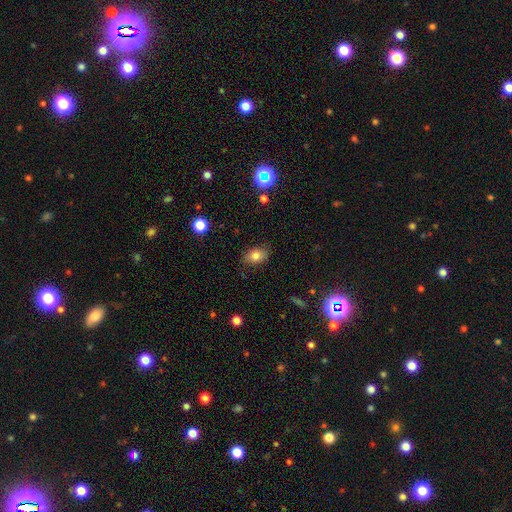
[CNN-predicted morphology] This is likely a smooth galaxy (79%). How rounded: clearly in between (80%). Merging: clearly none (81%).